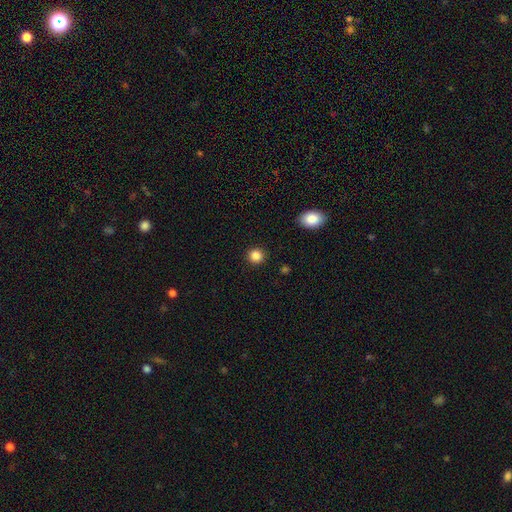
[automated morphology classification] The model was most divided on "smooth or featured": smooth: 86%, star or artifact: 11%, featured or disk: 4%. More confident: merging — none (92%); how rounded — round (91%).